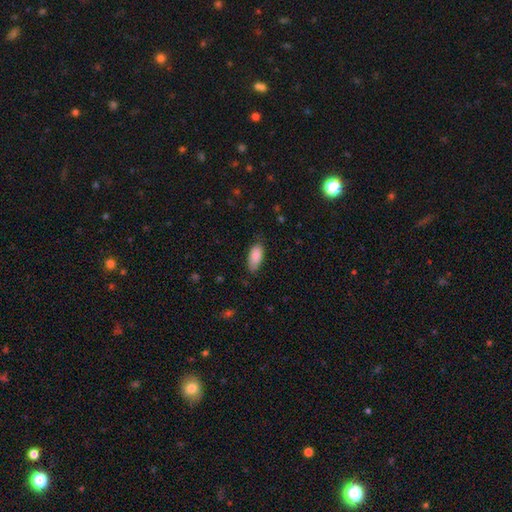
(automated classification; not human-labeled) The model was most divided on "merging": none: 74%, minor disturbance: 21%, major disturbance: 4%, merger: 1%. More confident: how rounded — in between (89%); smooth or featured — smooth (87%).